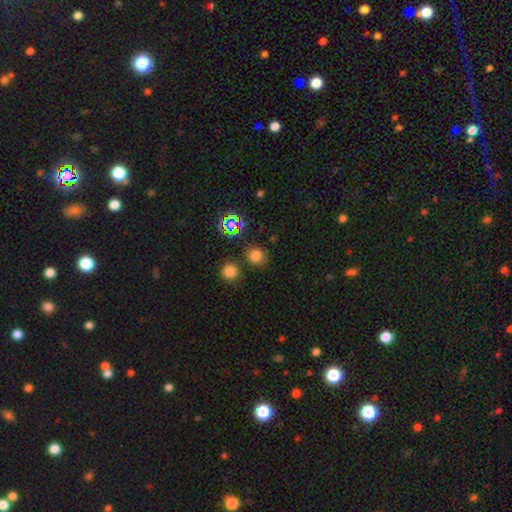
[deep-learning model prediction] Smooth or featured? smooth (73%)
How rounded? round (84%)
Merging? none (80%)